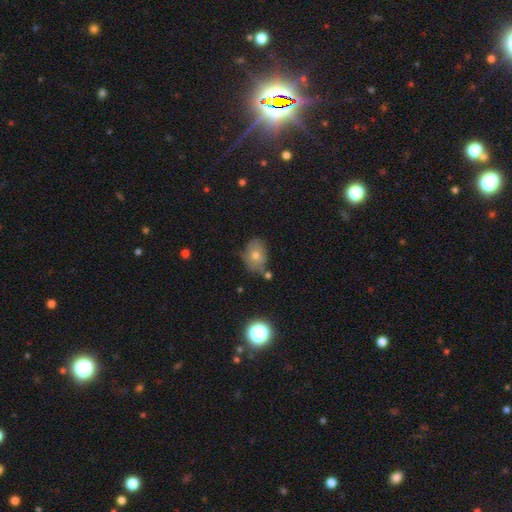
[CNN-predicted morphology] smooth_or_featured: smooth (p=0.64) [alt: featured or disk p=0.22]
how_rounded: in between (p=0.52) [alt: round p=0.47]
merging: none (p=0.59) [alt: minor disturbance p=0.25]